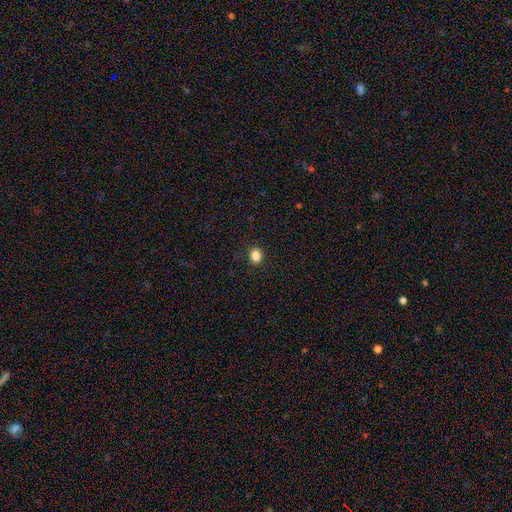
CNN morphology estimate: Smooth or featured? smooth (86%)
How rounded? round (55%)
Merging? none (90%)